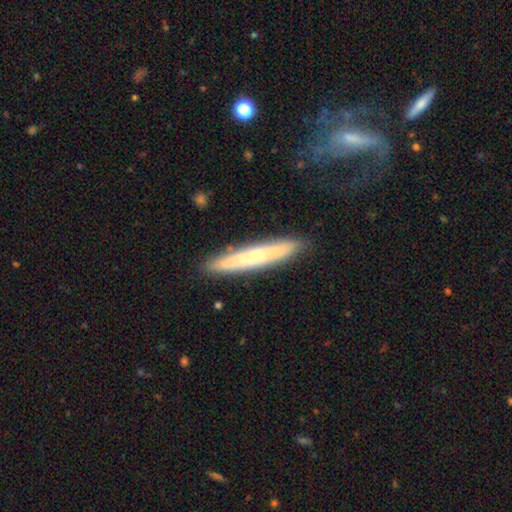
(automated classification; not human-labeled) The model was most divided on "smooth or featured": smooth: 53%, featured or disk: 41%, star or artifact: 6%. More confident: how rounded — cigar-shaped (94%); merging — none (88%).